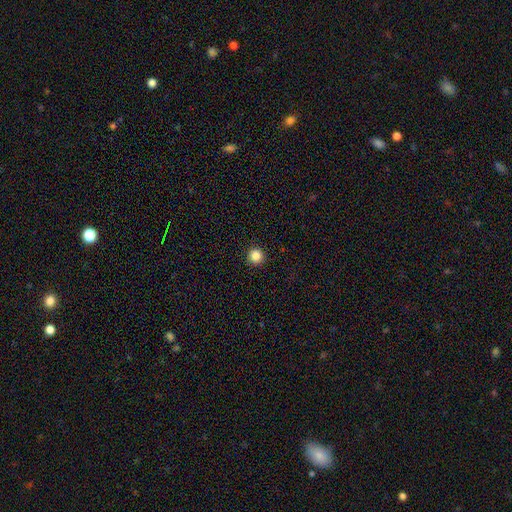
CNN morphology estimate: Smooth or featured? Predicted: smooth (p=0.86). How rounded? Predicted: round (p=0.96). Merging? Predicted: none (p=0.94).